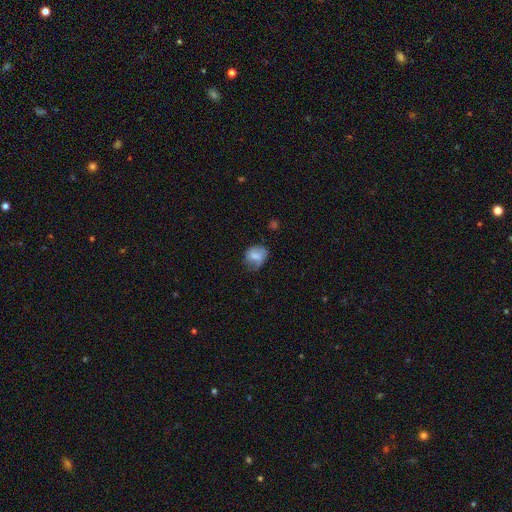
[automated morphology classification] Smooth or featured? smooth (69%)
How rounded? round (54%)
Merging? none (47%)